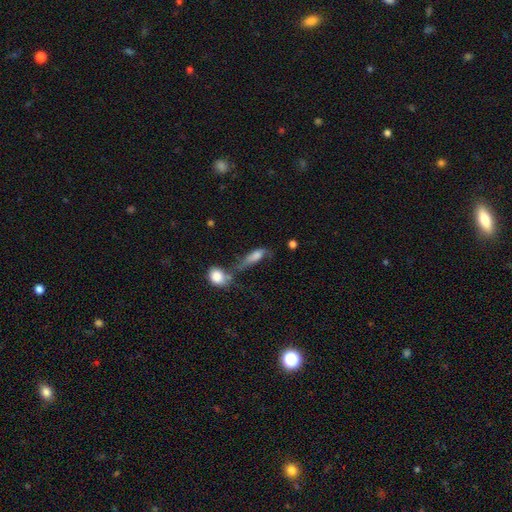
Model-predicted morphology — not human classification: Smooth or featured?
  - smooth: 58% *
  - featured or disk: 30%
  - star or artifact: 12%
How rounded?
  - in between: 54% *
  - cigar-shaped: 40%
  - round: 6%
Merging?
  - merger: 29% *
  - none: 28%
  - major disturbance: 23%
  - minor disturbance: 20%